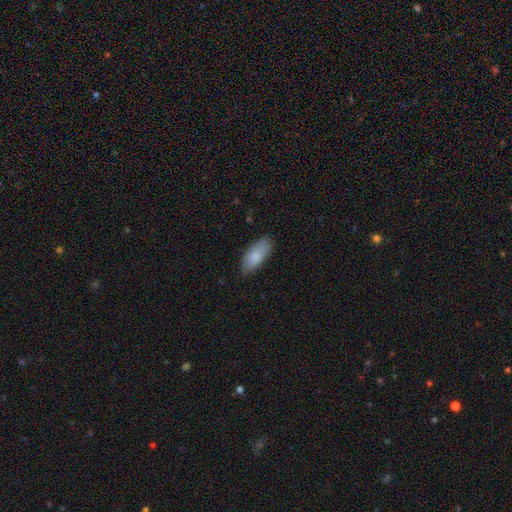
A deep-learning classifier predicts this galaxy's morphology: Smooth or featured: smooth — 85% (featured or disk — 9%)
How rounded: in between — 84% (cigar-shaped — 14%)
Merging: none — 81% (minor disturbance — 15%)